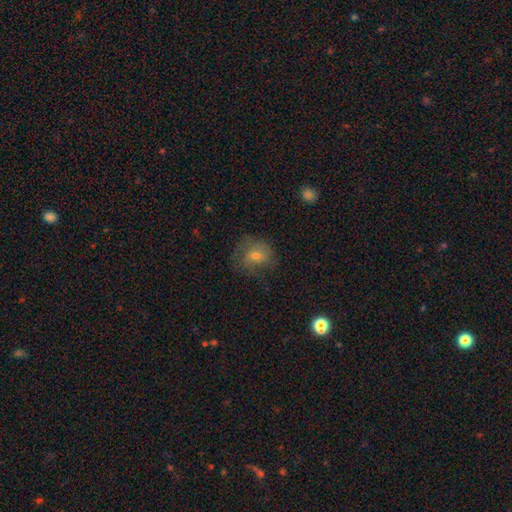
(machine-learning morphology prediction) This is possibly a smooth galaxy (56%). How rounded: likely round (66%). Merging: possibly none (58%).